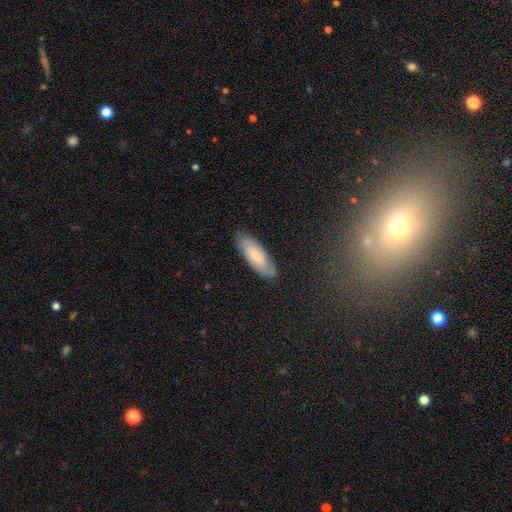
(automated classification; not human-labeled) Morphology: type=smooth (64%); roundness=in between (64%); merging=none (84%).